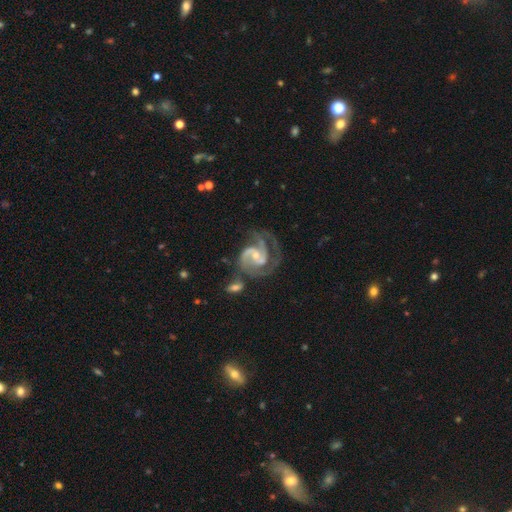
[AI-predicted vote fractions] Q: Smooth or featured?
A: featured or disk (92%); runner-up: star or artifact (4%)
Q: Edge-on disk?
A: no (98%); runner-up: yes (2%)
Q: Bar?
A: no (47%); runner-up: weak (41%)
Q: Spiral arms?
A: yes (98%); runner-up: no (2%)
Q: Spiral winding?
A: medium (51%); runner-up: tight (39%)
Q: Spiral arm count?
A: 2 (59%); runner-up: 3 (23%)
Q: Bulge size?
A: small (62%); runner-up: moderate (33%)
Q: Merging?
A: none (48%); runner-up: major disturbance (20%)